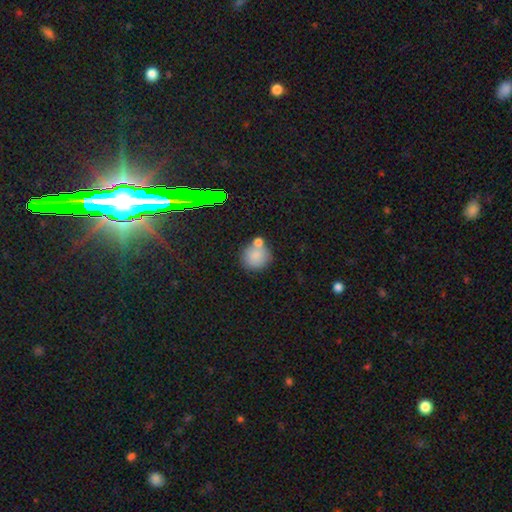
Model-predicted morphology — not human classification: Q: Smooth or featured?
A: smooth (81%); runner-up: star or artifact (10%)
Q: How rounded?
A: round (88%); runner-up: in between (11%)
Q: Merging?
A: none (54%); runner-up: merger (29%)